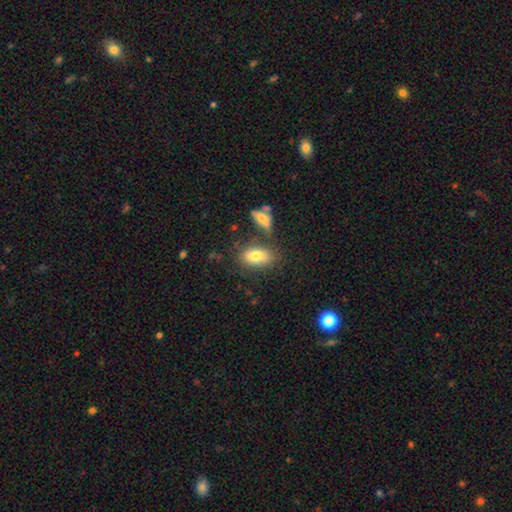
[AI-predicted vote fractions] This is likely a smooth galaxy (77%). How rounded: clearly in between (90%). Merging: likely none (64%).